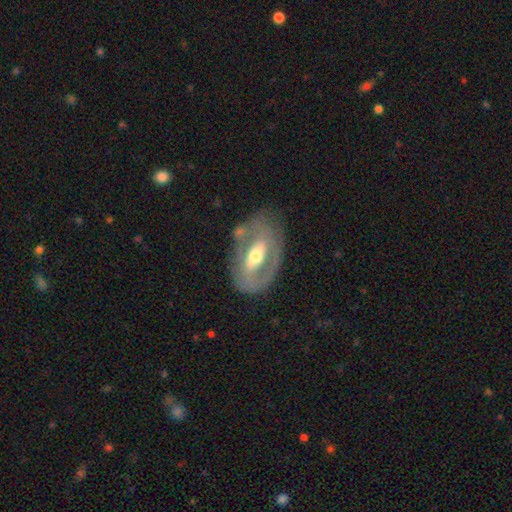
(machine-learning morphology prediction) Smooth or featured?
  - featured or disk: 67% *
  - smooth: 27%
  - star or artifact: 6%
Edge-on disk?
  - no: 90% *
  - yes: 10%
Bar?
  - strong: 38% *
  - weak: 32%
  - no: 30%
Spiral arms?
  - no: 63% *
  - yes: 37%
Bulge size?
  - moderate: 69% *
  - small: 15%
  - large: 14%
  - dominant: 1%
  - none: 1%
Merging?
  - none: 62% *
  - minor disturbance: 21%
  - major disturbance: 13%
  - merger: 4%